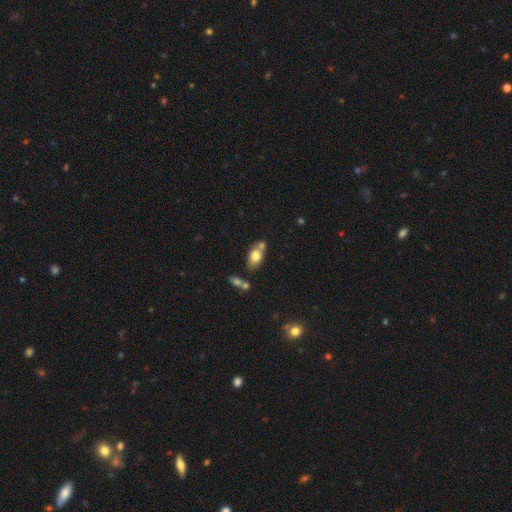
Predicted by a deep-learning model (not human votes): This appears to be a smooth galaxy with no disk features (75%) that is in between round and cigar-shaped (84%). Merging: none (50%).